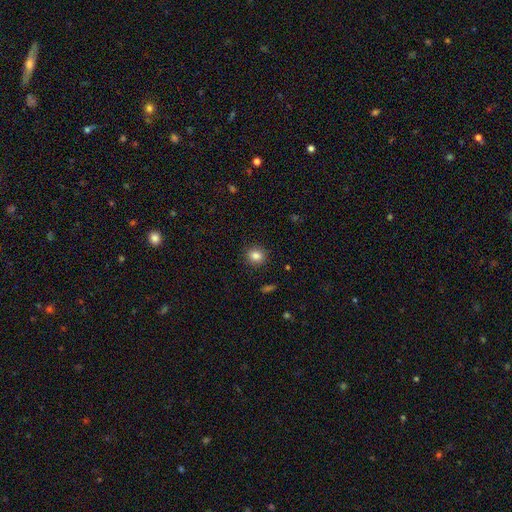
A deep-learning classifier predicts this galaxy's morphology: smooth 84%, star or artifact 11%, featured or disk 5%. Down the decision tree: how rounded — round (78%); merging — none (90%).